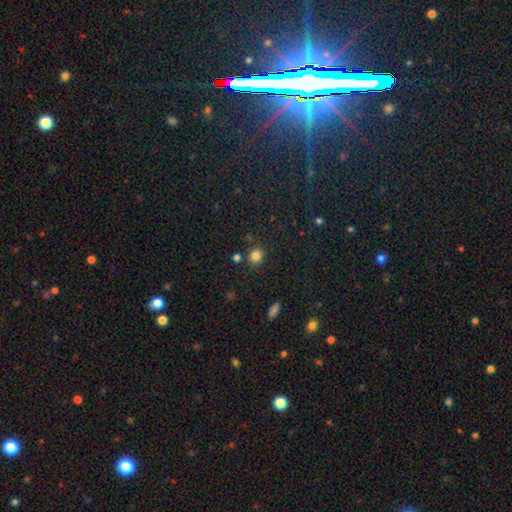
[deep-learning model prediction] Smooth or featured? smooth (82%)
How rounded? round (84%)
Merging? none (82%)